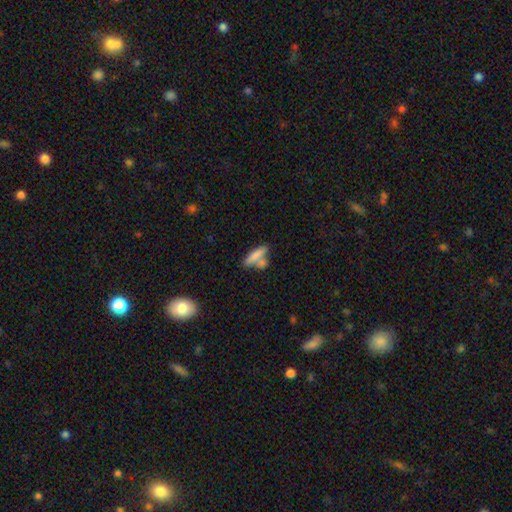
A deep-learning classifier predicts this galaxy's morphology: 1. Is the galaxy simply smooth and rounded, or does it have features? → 75% smooth, 17% featured or disk, 8% star or artifact.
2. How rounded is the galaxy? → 67% cigar-shaped, 30% in between, 3% round.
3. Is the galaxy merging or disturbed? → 45% none, 39% merger, 11% minor disturbance, 5% major disturbance.